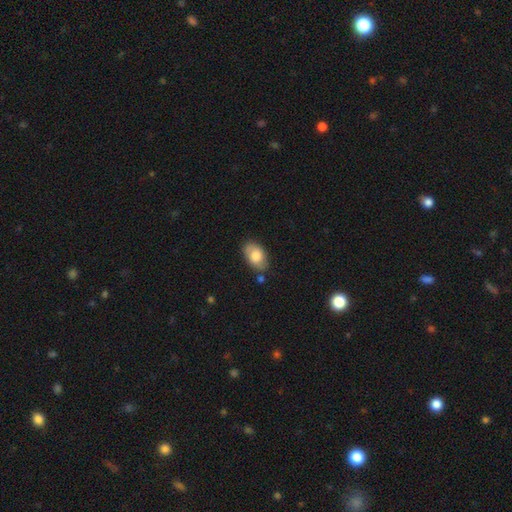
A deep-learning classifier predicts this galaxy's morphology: smooth_or_featured: smooth (p=0.71) [alt: featured or disk p=0.22]
how_rounded: in between (p=0.91) [alt: round p=0.08]
merging: none (p=0.72) [alt: minor disturbance p=0.19]